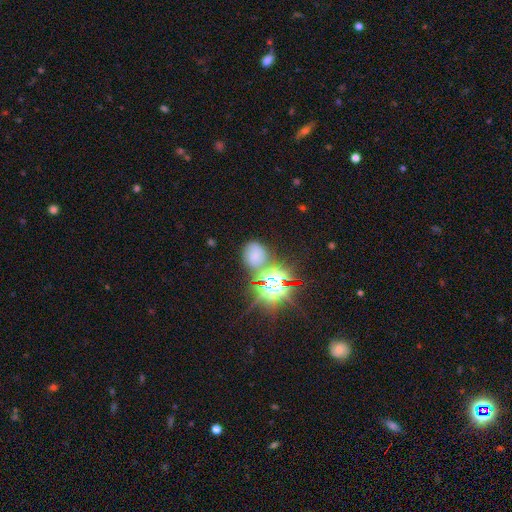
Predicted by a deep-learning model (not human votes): smooth_or_featured: smooth (p=0.47) [alt: star or artifact p=0.39]
merging: none (p=0.64) [alt: minor disturbance p=0.17]